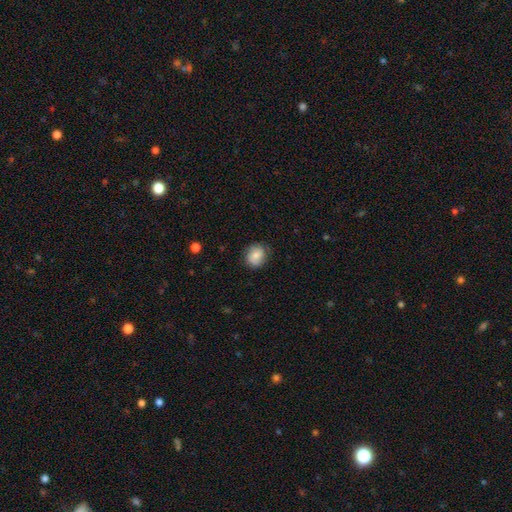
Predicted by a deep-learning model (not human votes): Morphology: type=smooth (71%); roundness=round (73%); merging=none (77%).